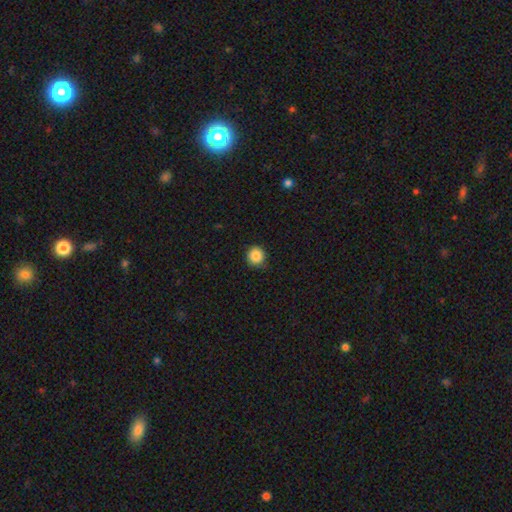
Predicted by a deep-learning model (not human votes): The model was most divided on "smooth or featured": smooth: 86%, star or artifact: 10%, featured or disk: 4%. More confident: how rounded — round (93%); merging — none (87%).